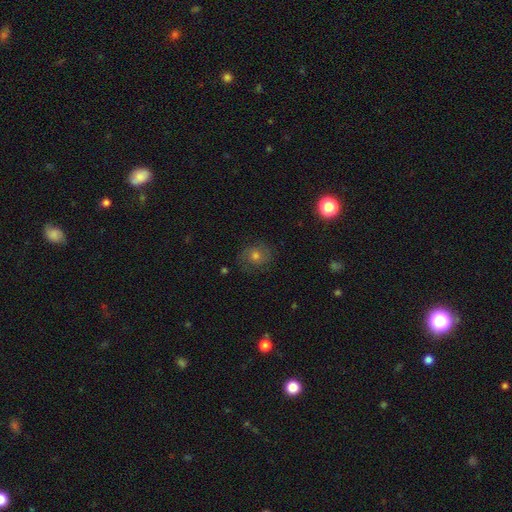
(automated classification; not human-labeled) Smooth or featured? smooth (45%)
Merging? none (79%)